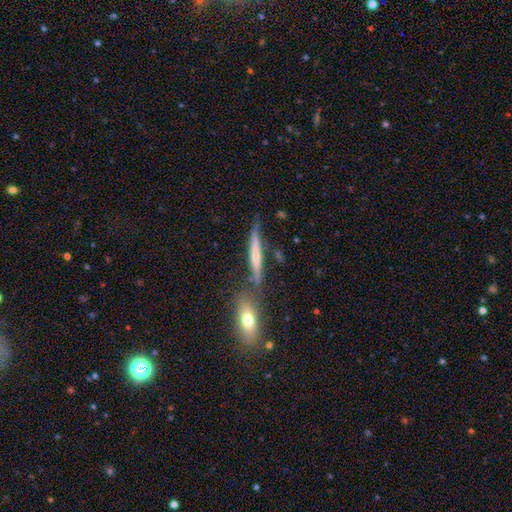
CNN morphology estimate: Smooth or featured?
  - featured or disk: 46% * (tied)
  - smooth: 46% * (tied)
  - star or artifact: 8%
Merging?
  - none: 67% *
  - minor disturbance: 16%
  - merger: 13%
  - major disturbance: 5%